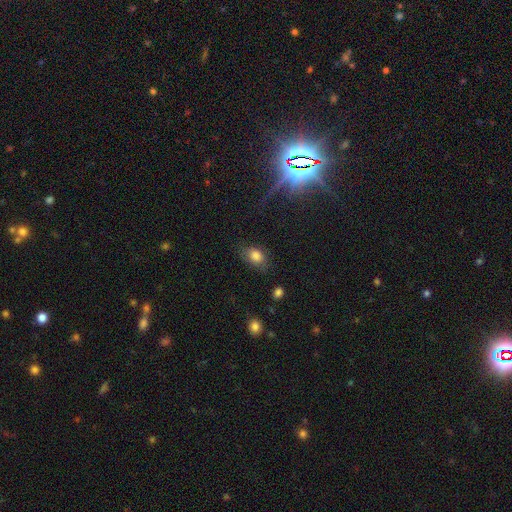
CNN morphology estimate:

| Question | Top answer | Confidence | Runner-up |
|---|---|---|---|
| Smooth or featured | smooth | 80% | star or artifact (11%) |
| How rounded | in between | 76% | round (22%) |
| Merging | none | 67% | minor disturbance (23%) |